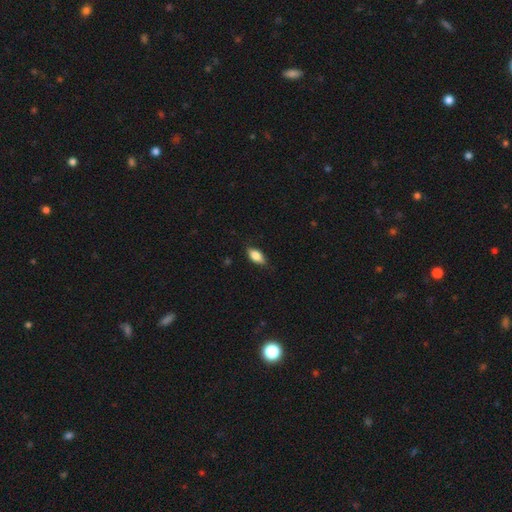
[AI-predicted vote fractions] Smooth or featured? Predicted: smooth (p=0.81). How rounded? Predicted: in between (p=0.88). Merging? Predicted: none (p=0.82).